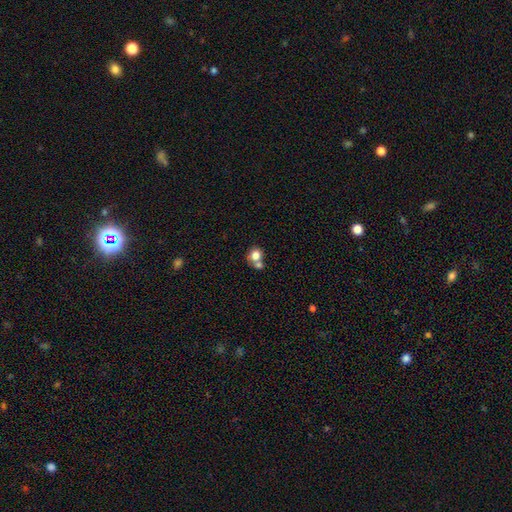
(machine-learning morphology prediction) This is likely a smooth galaxy (77%). How rounded: clearly round (80%). Merging: possibly merger (47%).